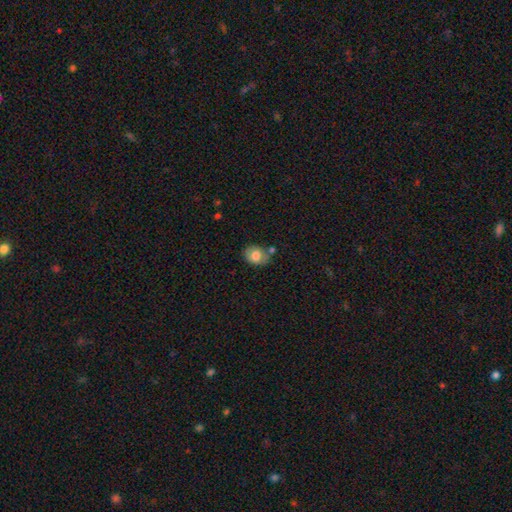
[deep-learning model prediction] This is likely a smooth galaxy (73%). How rounded: likely in between (66%). Merging: likely none (65%).